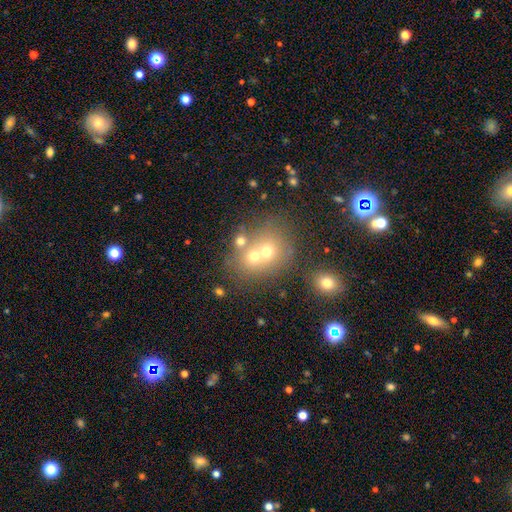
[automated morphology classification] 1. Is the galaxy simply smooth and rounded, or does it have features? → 55% smooth, 25% featured or disk, 21% star or artifact.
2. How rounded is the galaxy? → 71% round, 28% in between, 1% cigar-shaped.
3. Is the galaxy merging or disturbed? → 53% merger, 36% none, 7% minor disturbance, 4% major disturbance.